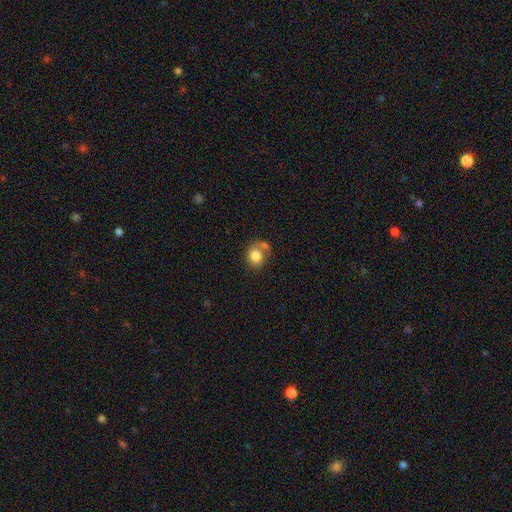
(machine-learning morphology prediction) Smooth or featured?
  - smooth: 80% *
  - featured or disk: 11%
  - star or artifact: 9%
How rounded?
  - round: 68% *
  - in between: 32%
  - cigar-shaped: 1%
Merging?
  - none: 46% *
  - merger: 29%
  - minor disturbance: 16%
  - major disturbance: 9%